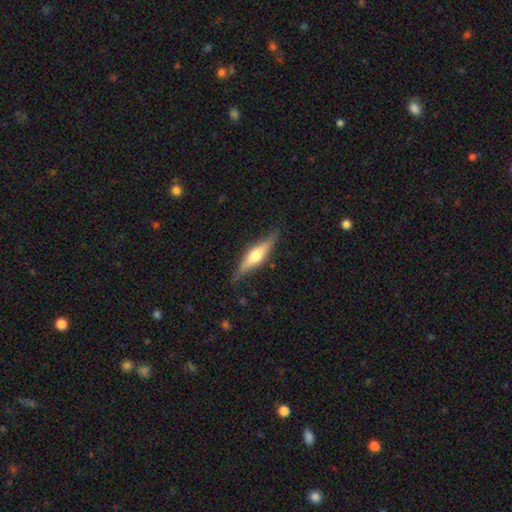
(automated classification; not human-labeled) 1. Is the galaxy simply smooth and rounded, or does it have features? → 59% featured or disk, 35% smooth, 6% star or artifact.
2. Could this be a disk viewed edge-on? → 93% yes, 7% no.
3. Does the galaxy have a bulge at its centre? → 89% rounded, 8% boxy, 4% none.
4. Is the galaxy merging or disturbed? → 79% none, 16% minor disturbance, 4% major disturbance, 1% merger.